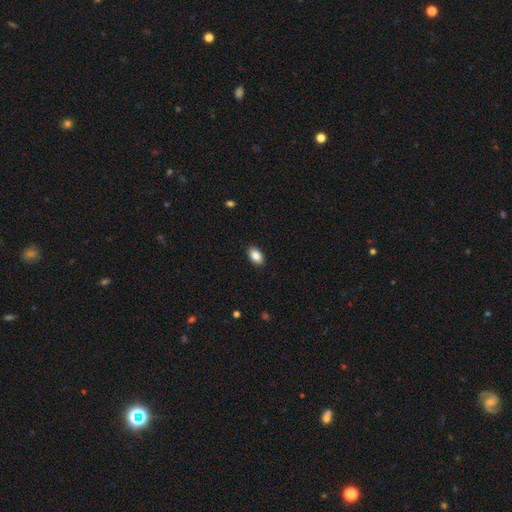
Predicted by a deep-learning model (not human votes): A smooth galaxy with no disk features (86%) that is in between round and cigar-shaped (91%). Merging: none (89%).